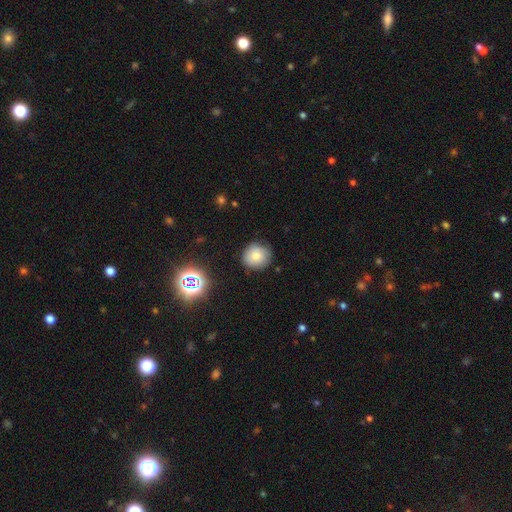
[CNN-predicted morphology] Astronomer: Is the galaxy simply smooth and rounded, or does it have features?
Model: smooth — 75%.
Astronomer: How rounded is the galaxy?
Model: round — 91%.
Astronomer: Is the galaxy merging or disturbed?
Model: none — 82%.